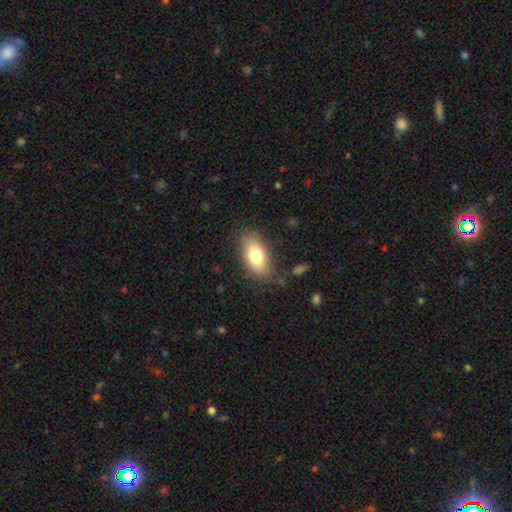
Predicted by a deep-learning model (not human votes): This appears to be a smooth galaxy with no disk features (77%) that is in between round and cigar-shaped (90%). Merging: none (79%).